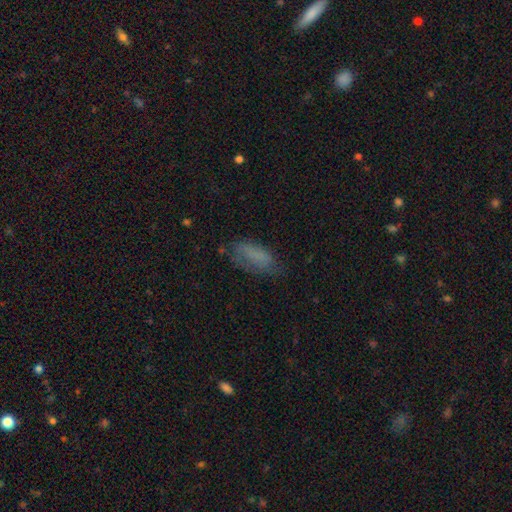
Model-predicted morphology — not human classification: smooth 69%, featured or disk 20%, star or artifact 11%. Down the decision tree: how rounded — in between (81%); merging — none (55%).